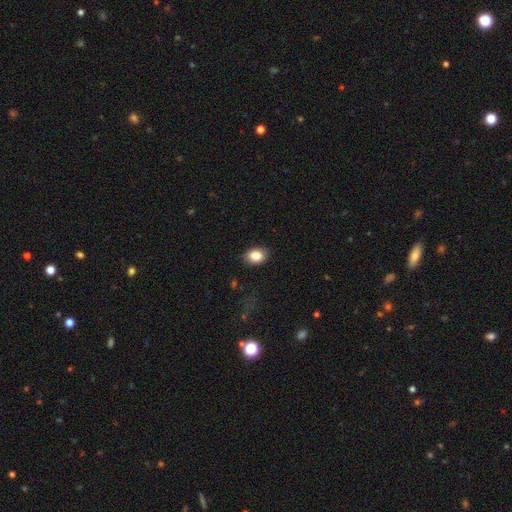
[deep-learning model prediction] smooth-or-featured: smooth: 86% | star or artifact: 8% | featured or disk: 6%
  how-rounded: in between: 76% | round: 23% | cigar-shaped: 1%
  merging: none: 86% | minor disturbance: 11% | major disturbance: 3% | merger: 1%